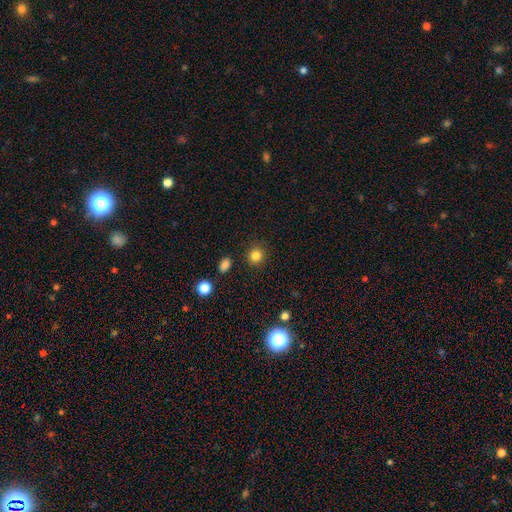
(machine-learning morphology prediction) Overall: smooth (84%). How rounded: round (89%). Merging: none (89%).